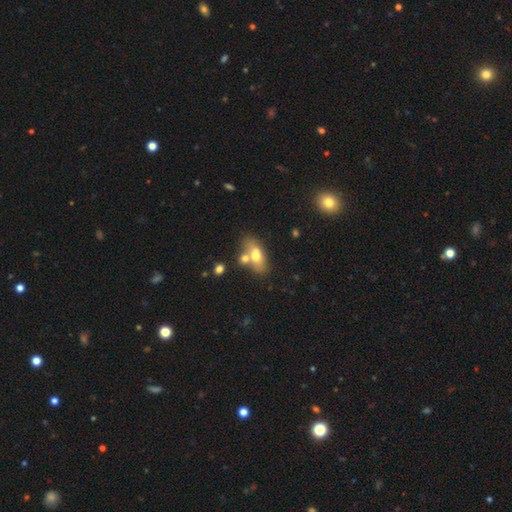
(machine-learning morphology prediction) Smooth or featured: smooth — 64% (featured or disk — 27%)
How rounded: in between — 80% (cigar-shaped — 12%)
Merging: none — 49% (merger — 33%)